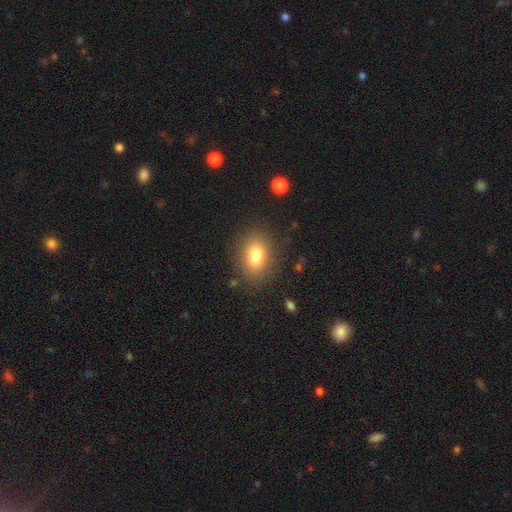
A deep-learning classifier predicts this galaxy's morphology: Overall: smooth (79%). How rounded: in between (71%). Merging: none (85%).